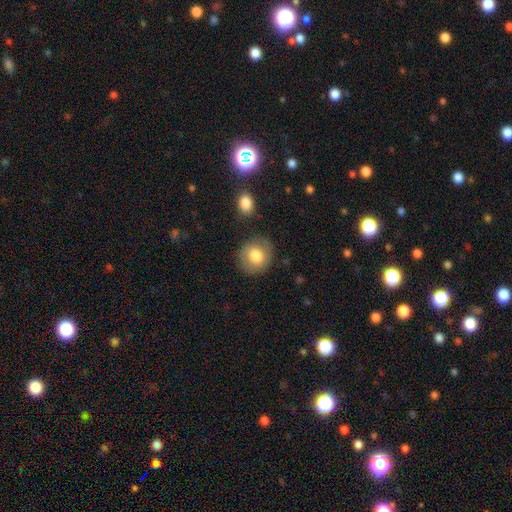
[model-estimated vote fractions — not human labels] Q: Smooth or featured?
A: smooth (77%); runner-up: featured or disk (16%)
Q: How rounded?
A: round (83%); runner-up: in between (16%)
Q: Merging?
A: none (82%); runner-up: minor disturbance (11%)